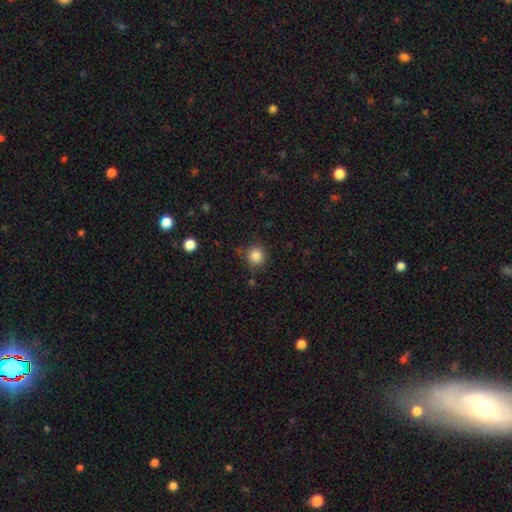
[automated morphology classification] Smooth or featured: smooth — 85% (star or artifact — 11%)
How rounded: round — 92% (in between — 7%)
Merging: none — 80% (minor disturbance — 13%)